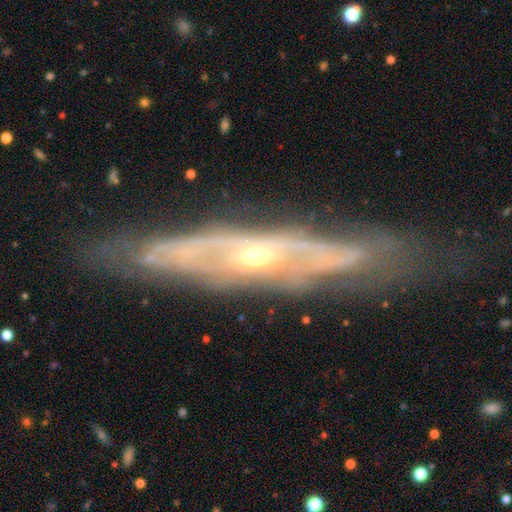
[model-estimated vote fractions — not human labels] Smooth or featured? Predicted: featured or disk (p=0.82). Edge-on disk? Predicted: yes (p=0.53). Merging? Predicted: none (p=0.77).